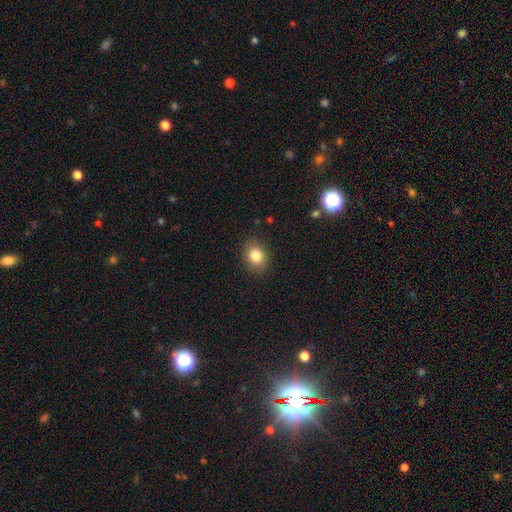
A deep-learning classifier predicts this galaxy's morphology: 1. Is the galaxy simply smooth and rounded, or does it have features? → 83% smooth, 10% star or artifact, 7% featured or disk.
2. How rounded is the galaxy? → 54% in between, 46% round, 1% cigar-shaped.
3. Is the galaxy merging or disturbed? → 87% none, 9% minor disturbance, 3% major disturbance, 1% merger.